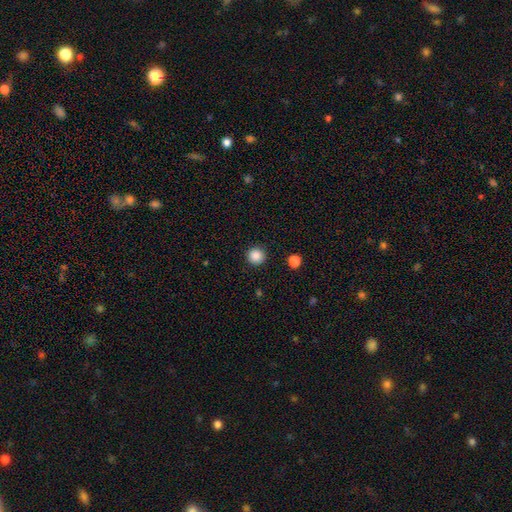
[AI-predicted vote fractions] Morphology: type=smooth (87%); roundness=round (96%); merging=none (93%).